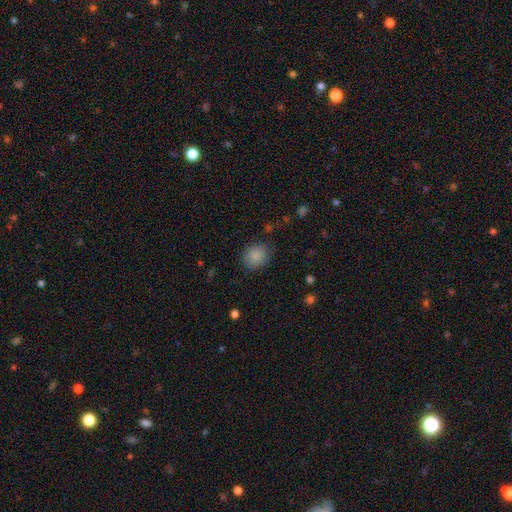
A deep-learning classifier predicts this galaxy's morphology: Smooth or featured? Predicted: smooth (p=0.87). How rounded? Predicted: round (p=0.70). Merging? Predicted: none (p=0.83).